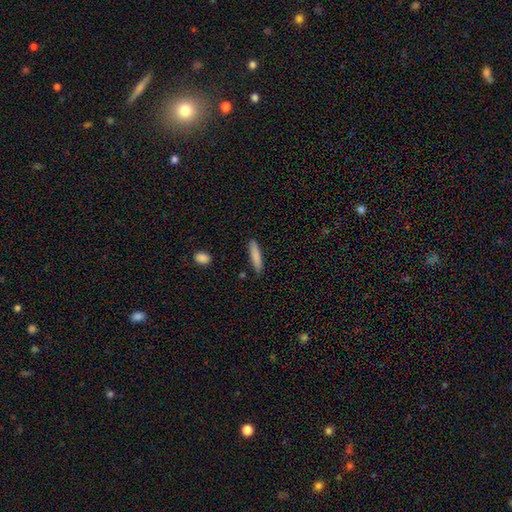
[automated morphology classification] Smooth or featured? smooth (82%)
How rounded? cigar-shaped (83%)
Merging? none (86%)